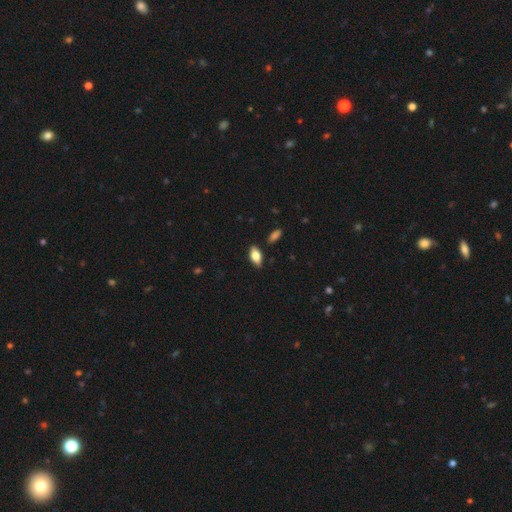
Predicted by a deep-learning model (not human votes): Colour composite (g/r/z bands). It shows a smooth galaxy with no disk features (76%) that is in between round and cigar-shaped (89%). Merging: none (85%).